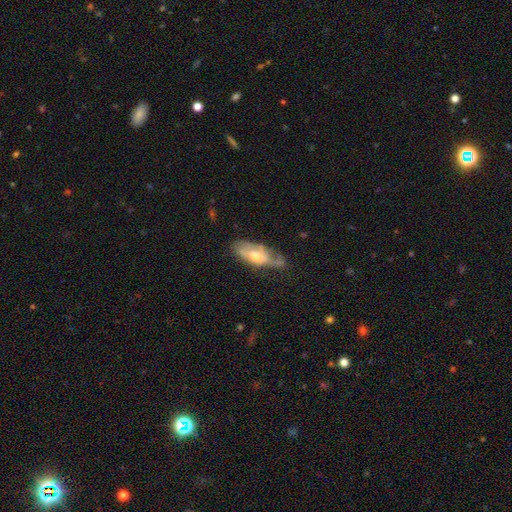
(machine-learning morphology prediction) Smooth or featured: featured or disk — 51% (smooth — 42%)
Edge-on disk: no — 77% (yes — 23%)
Merging: none — 40% (minor disturbance — 36%)